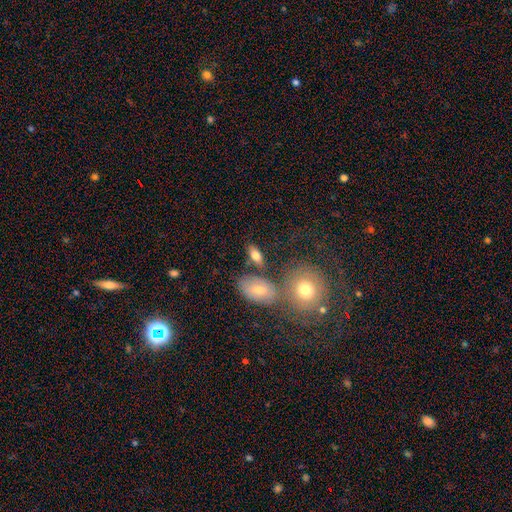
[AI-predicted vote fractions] smooth-or-featured: smooth: 76% | featured or disk: 16% | star or artifact: 8%
  how-rounded: in between: 83% | round: 9% | cigar-shaped: 8%
  merging: none: 69% | minor disturbance: 13% | merger: 13% | major disturbance: 5%